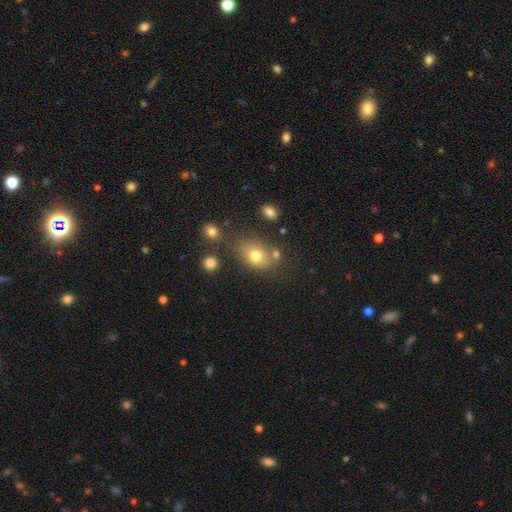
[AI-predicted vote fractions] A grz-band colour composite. It shows a smooth galaxy with no disk features (74%) that is in between round and cigar-shaped (65%). Merging: none (61%).